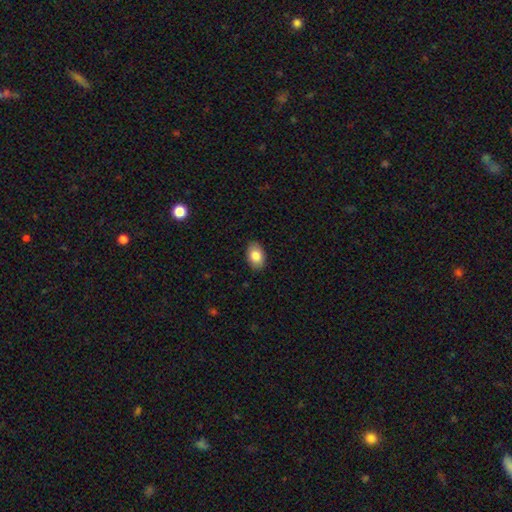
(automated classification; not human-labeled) Smooth or featured?
  - smooth: 84% *
  - featured or disk: 9%
  - star or artifact: 7%
How rounded?
  - in between: 88% *
  - round: 11%
  - cigar-shaped: 1%
Merging?
  - none: 88% *
  - minor disturbance: 9%
  - major disturbance: 2%
  - merger: 1%